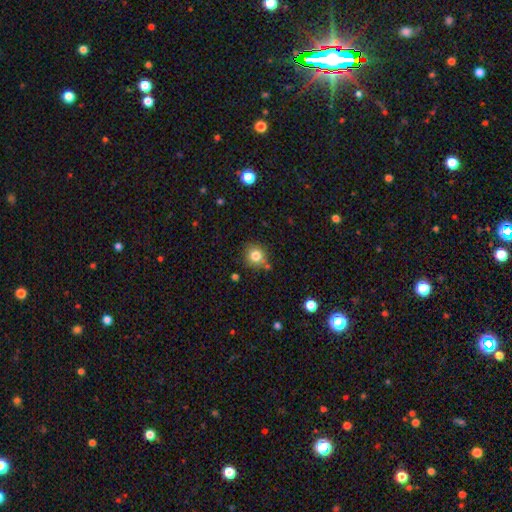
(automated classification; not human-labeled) This appears to be a smooth galaxy with no disk features (81%) that is round (89%). Merging: none (78%).